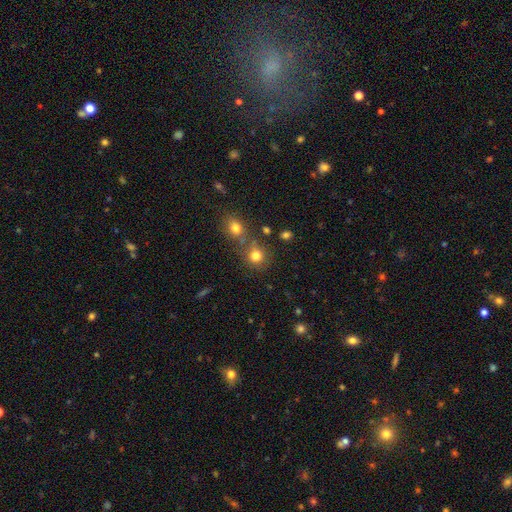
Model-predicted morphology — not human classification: Smooth or featured? Predicted: smooth (p=0.79). How rounded? Predicted: round (p=0.84). Merging? Predicted: none (p=0.61).